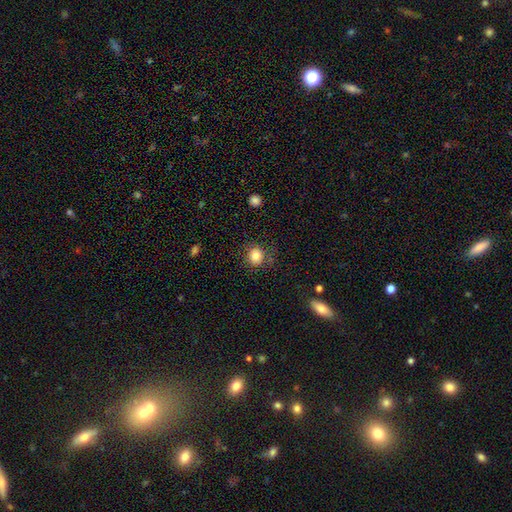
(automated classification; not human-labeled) Smooth or featured? smooth (82%)
How rounded? round (85%)
Merging? none (82%)